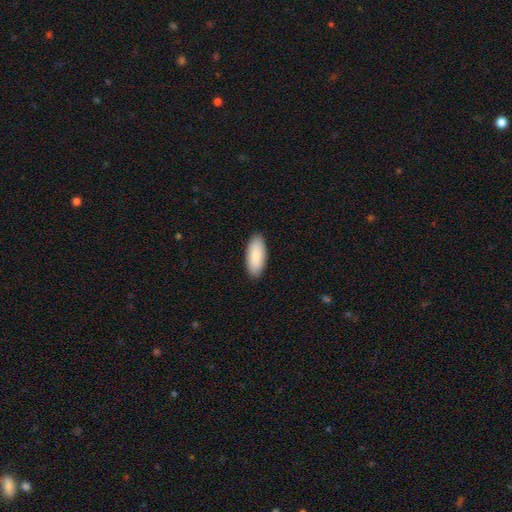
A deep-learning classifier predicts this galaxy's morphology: This is clearly a smooth galaxy (88%). How rounded: clearly in between (85%). Merging: clearly none (89%).